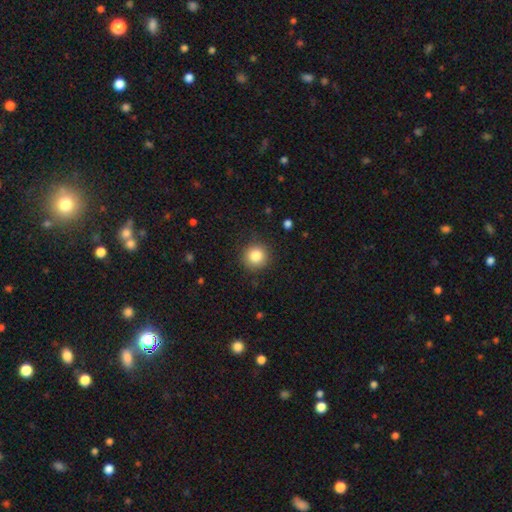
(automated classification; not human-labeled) A smooth galaxy with no disk features (84%) that is round (94%). Merging: none (90%).